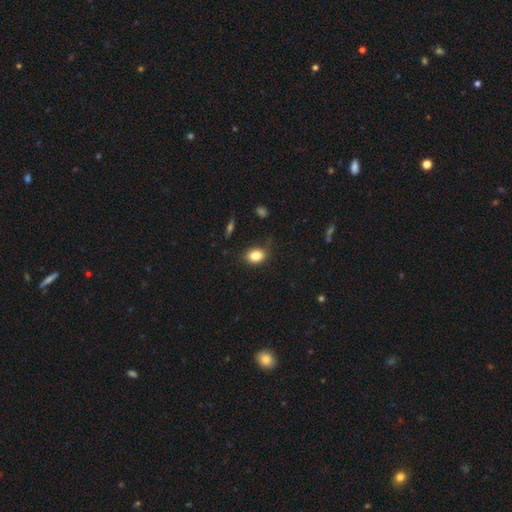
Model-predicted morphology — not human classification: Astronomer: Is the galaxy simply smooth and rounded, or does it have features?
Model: smooth — 84%.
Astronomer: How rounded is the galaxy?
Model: in between — 68%.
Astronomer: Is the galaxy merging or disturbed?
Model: none — 75%.